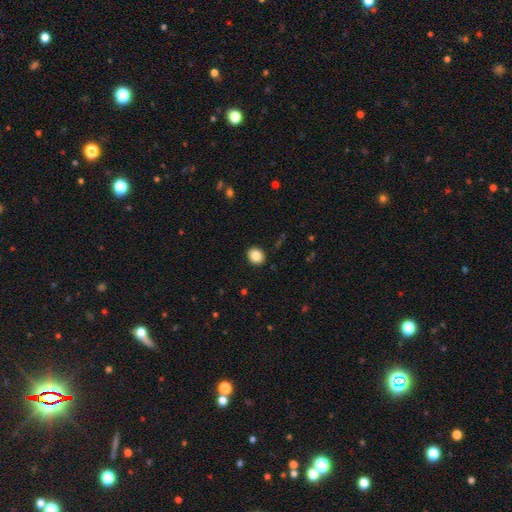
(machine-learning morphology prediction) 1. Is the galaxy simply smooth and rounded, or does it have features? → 86% smooth, 9% star or artifact, 5% featured or disk.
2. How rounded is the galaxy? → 63% round, 36% in between, 1% cigar-shaped.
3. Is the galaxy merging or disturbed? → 91% none, 6% minor disturbance, 2% major disturbance, 1% merger.